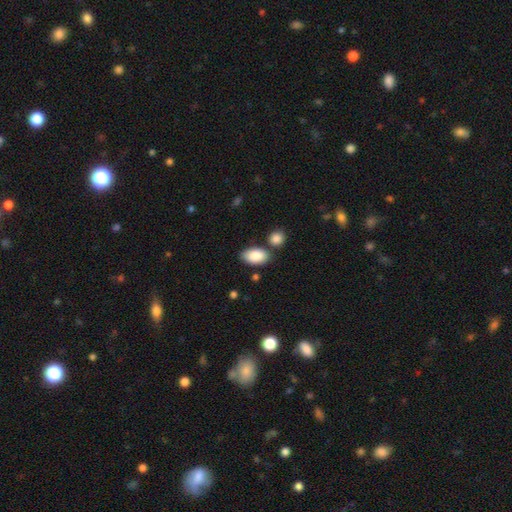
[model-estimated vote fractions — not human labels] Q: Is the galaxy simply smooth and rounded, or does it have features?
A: smooth — 87%.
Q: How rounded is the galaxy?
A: in between — 93%.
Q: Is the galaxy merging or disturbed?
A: none — 72%.